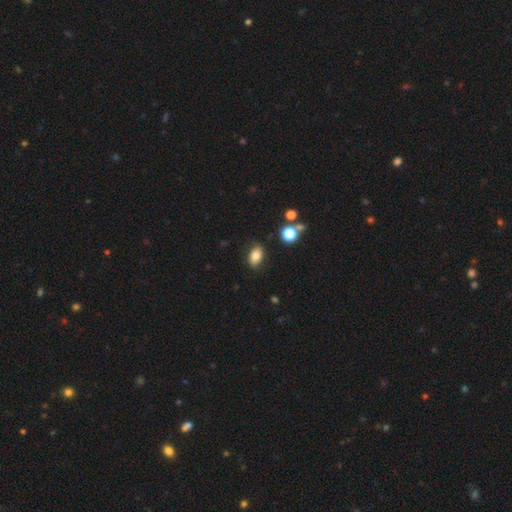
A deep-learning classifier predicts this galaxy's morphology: This appears to be a smooth galaxy with no disk features (81%) that is in between round and cigar-shaped (86%). Merging: none (82%).